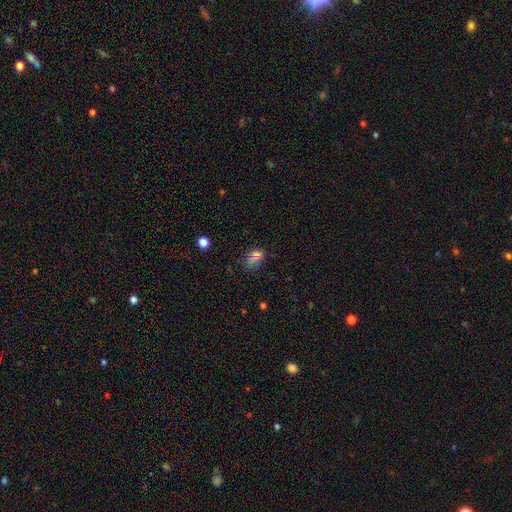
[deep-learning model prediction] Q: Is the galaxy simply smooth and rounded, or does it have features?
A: smooth — 64%.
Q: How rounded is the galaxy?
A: in between — 75%.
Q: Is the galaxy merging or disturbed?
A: none — 41%.